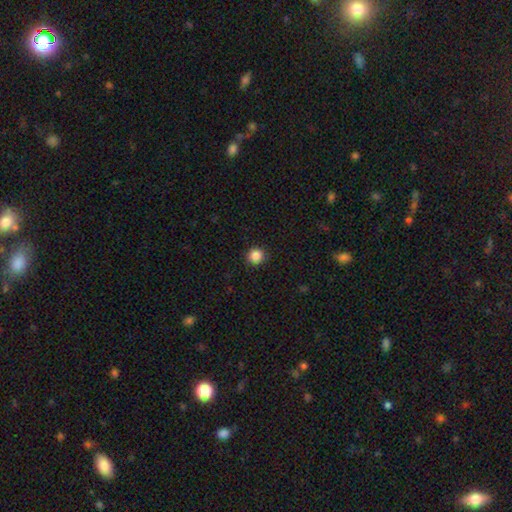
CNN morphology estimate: Overall: smooth (87%). How rounded: round (94%). Merging: none (92%).